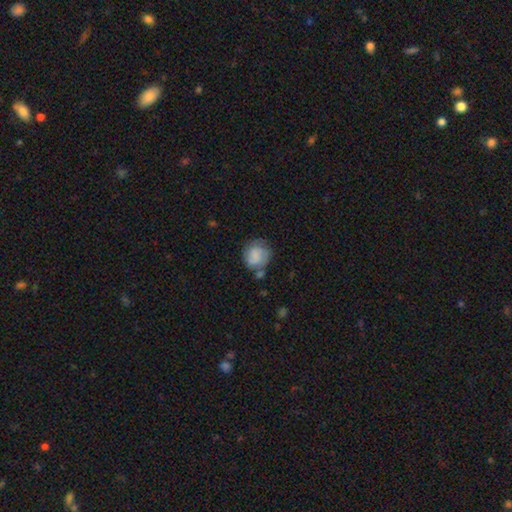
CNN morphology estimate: Smooth or featured?
  - smooth: 64% *
  - featured or disk: 27%
  - star or artifact: 8%
How rounded?
  - round: 77% *
  - in between: 22%
  - cigar-shaped: 1%
Merging?
  - none: 52% *
  - minor disturbance: 24%
  - major disturbance: 13%
  - merger: 11%